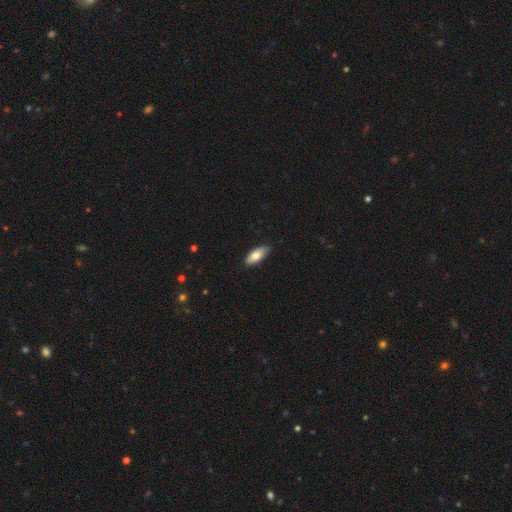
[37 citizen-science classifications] A smooth galaxy with no disk features (76%) that is in between round and cigar-shaped (82%). Merging: none (78%).